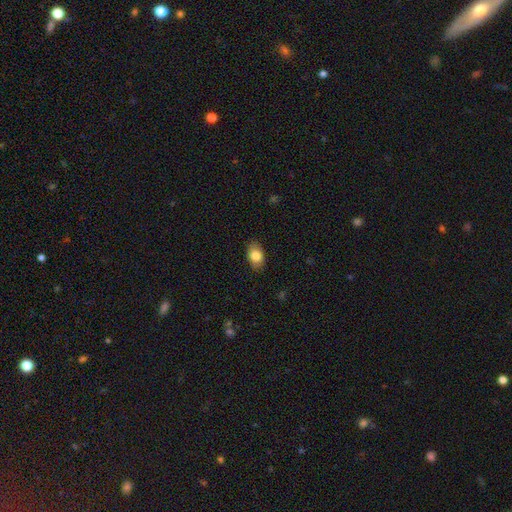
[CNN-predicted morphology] This is clearly a smooth galaxy (83%). How rounded: clearly in between (86%). Merging: clearly none (85%).